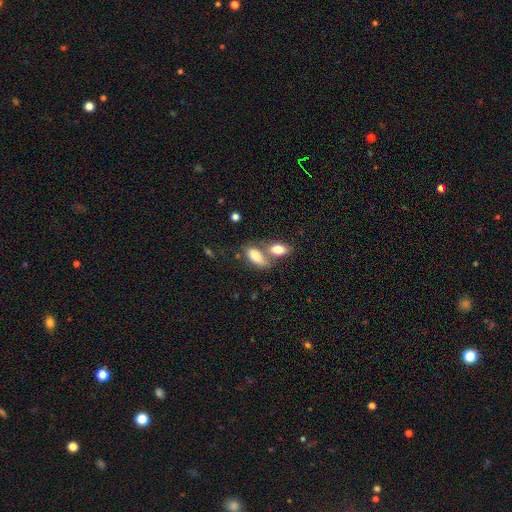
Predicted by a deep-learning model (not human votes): This appears to be a smooth galaxy with no disk features (78%) that is in between round and cigar-shaped (89%). Merging: merger (53%).